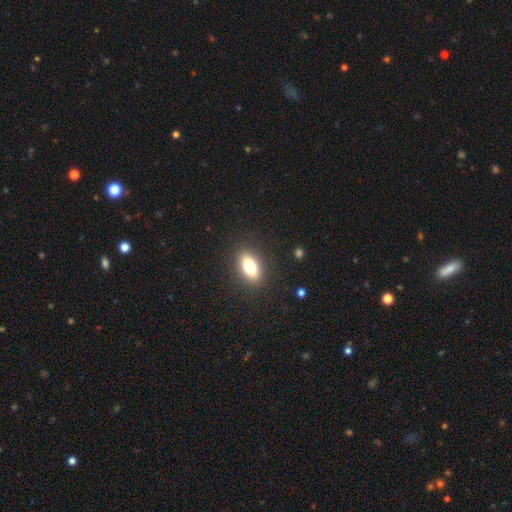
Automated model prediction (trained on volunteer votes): Smooth or featured: smooth — 72% (star or artifact — 17%)
How rounded: in between — 79% (round — 16%)
Merging: none — 91% (minor disturbance — 6%)